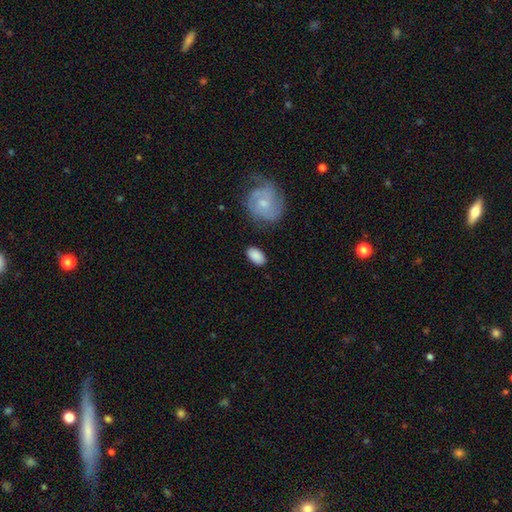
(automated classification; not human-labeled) Morphology: type=smooth (86%); roundness=in between (92%); merging=none (81%).